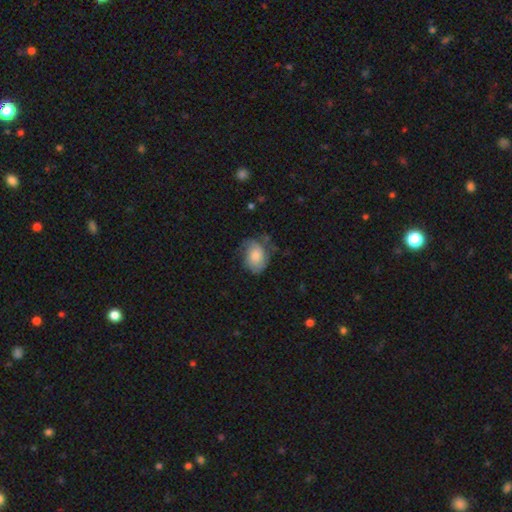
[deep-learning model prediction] smooth_or_featured: smooth (p=0.58) [alt: featured or disk p=0.35]
how_rounded: in between (p=0.65) [alt: round p=0.34]
merging: none (p=0.48) [alt: minor disturbance p=0.32]